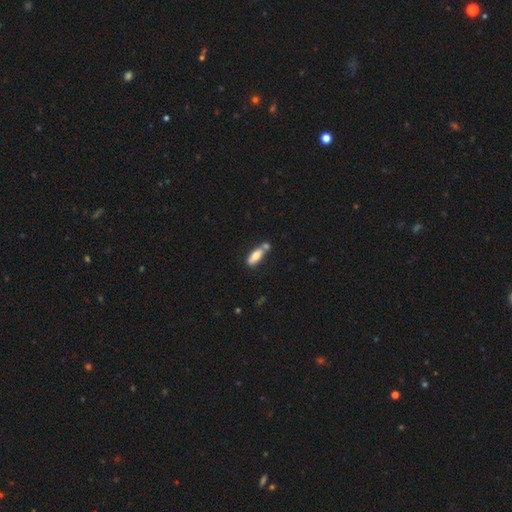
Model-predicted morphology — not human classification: Q: Smooth or featured?
A: smooth (70%); runner-up: featured or disk (23%)
Q: How rounded?
A: in between (67%); runner-up: cigar-shaped (30%)
Q: Merging?
A: none (49%); runner-up: merger (31%)